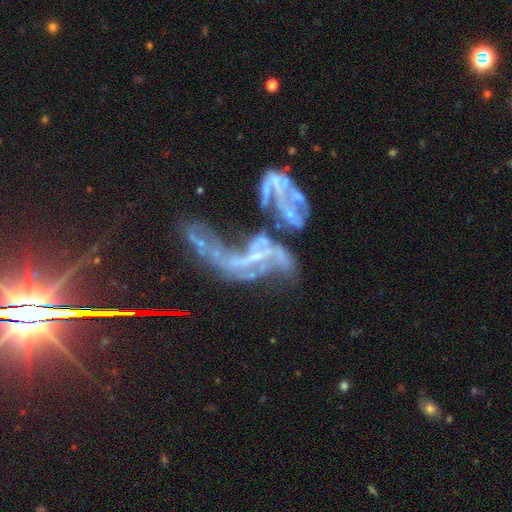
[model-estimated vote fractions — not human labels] This is likely a featured or disk galaxy (72%). It is clearly not viewed edge-on (95%). Bar: likely no (63%). Spiral arm pattern: possibly yes (58%). Central bulge: marginally none (44%). Merging: possibly merger (58%).